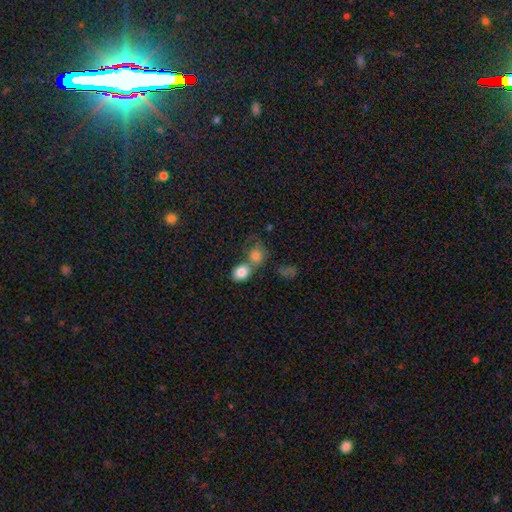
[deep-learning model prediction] Smooth or featured? smooth (79%)
How rounded? round (66%)
Merging? merger (52%)